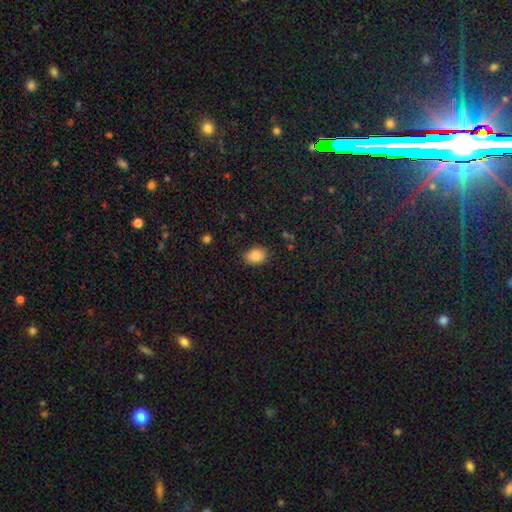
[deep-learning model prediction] Smooth or featured?
  - smooth: 84% *
  - star or artifact: 10%
  - featured or disk: 6%
How rounded?
  - in between: 57% *
  - round: 42%
  - cigar-shaped: 1%
Merging?
  - none: 82% *
  - minor disturbance: 14%
  - major disturbance: 3%
  - merger: 1%